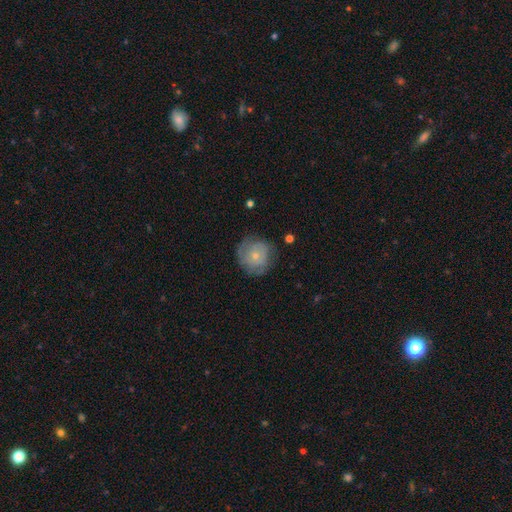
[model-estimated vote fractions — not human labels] Q: Smooth or featured?
A: smooth (52%); runner-up: featured or disk (40%)
Q: How rounded?
A: round (89%); runner-up: in between (10%)
Q: Merging?
A: none (67%); runner-up: minor disturbance (22%)